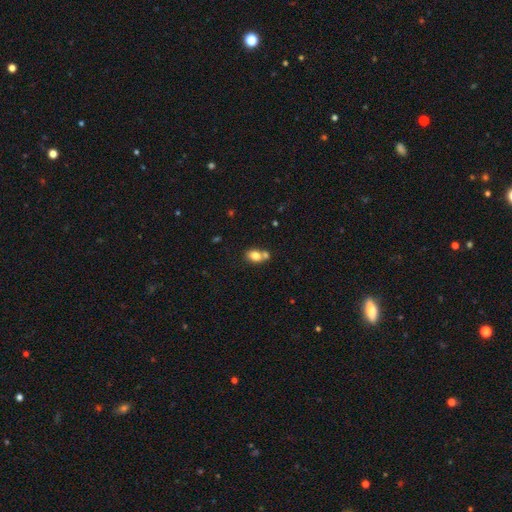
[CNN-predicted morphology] Smooth or featured? smooth (79%)
How rounded? in between (67%)
Merging? merger (44%)